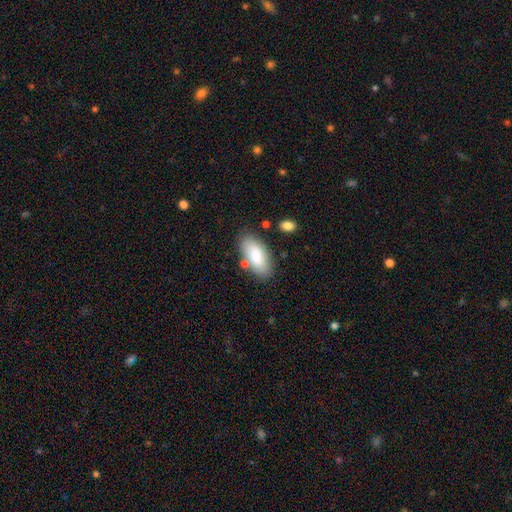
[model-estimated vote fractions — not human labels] Overall: smooth (84%). How rounded: in between (90%). Merging: none (77%).